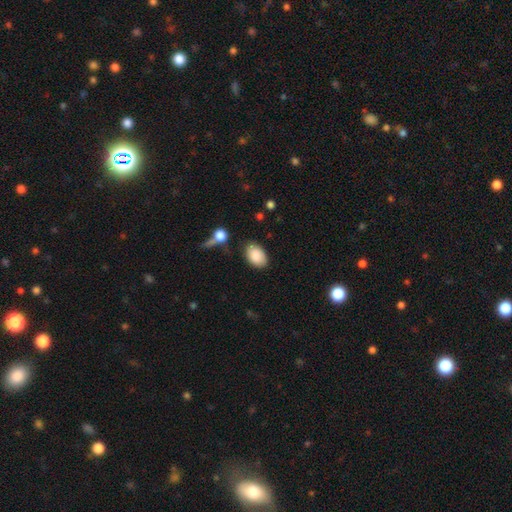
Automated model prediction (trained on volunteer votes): This is clearly a smooth galaxy (86%). How rounded: clearly in between (90%). Merging: likely none (79%).